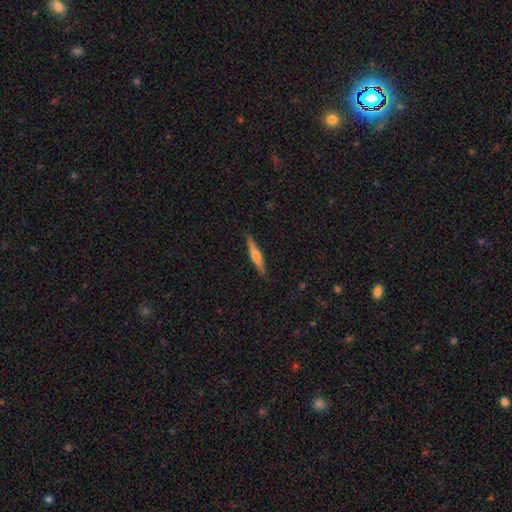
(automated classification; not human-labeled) Morphology: type=featured or disk (52%); edge-on=yes (97%); edge-on bulge=rounded (77%); merging=none (90%).